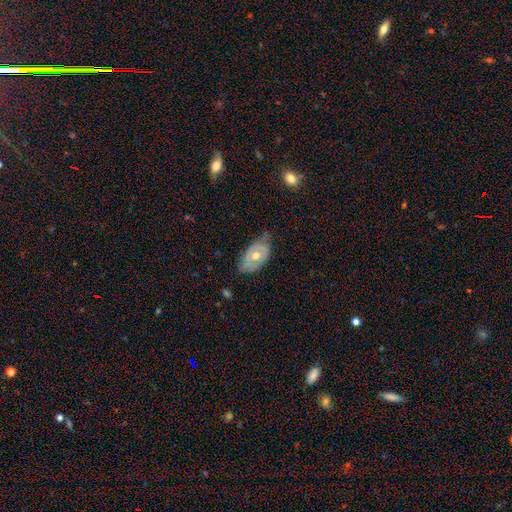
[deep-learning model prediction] This is possibly a featured or disk galaxy (58%). It is clearly not viewed edge-on (90%). Bar: likely no (80%). Spiral arm pattern: possibly no (58%). Central bulge: likely moderate (70%). Merging: possibly none (56%).